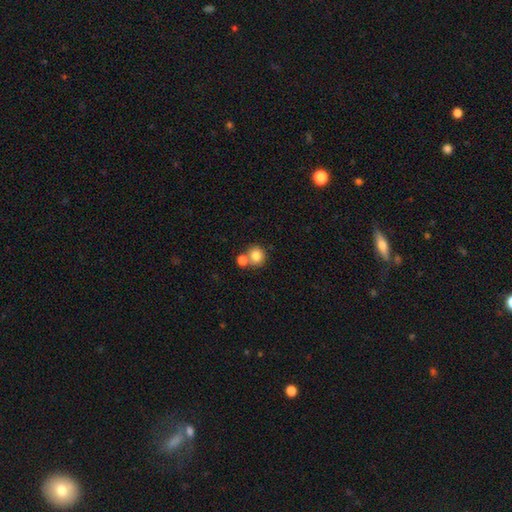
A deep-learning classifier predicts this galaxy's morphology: smooth-or-featured: smooth: 80% | star or artifact: 11% | featured or disk: 9%
  how-rounded: round: 88% | in between: 11% | cigar-shaped: 1%
  merging: none: 58% | merger: 31% | minor disturbance: 8% | major disturbance: 3%